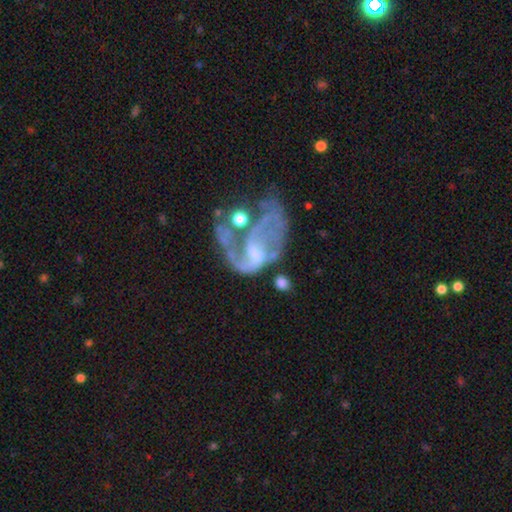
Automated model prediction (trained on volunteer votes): smooth-or-featured: featured or disk: 76% | smooth: 15% | star or artifact: 10%
  disk-edge-on: no: 97% | yes: 3%
    bar: no: 48% | weak: 39% | strong: 13%
    has-spiral-arms: yes: 77% | no: 23%
      spiral-winding: loose: 59% | medium: 30% | tight: 10%
      spiral-arm-count: 2: 45% | 1: 29% | can't tell: 15% | 3: 5% | 4: 3% | more than 4: 3%
    bulge-size: small: 37% | none: 30% | moderate: 26% | large: 4% | dominant: 2%
  merging: major disturbance: 43% | merger: 23% | none: 20% | minor disturbance: 14%